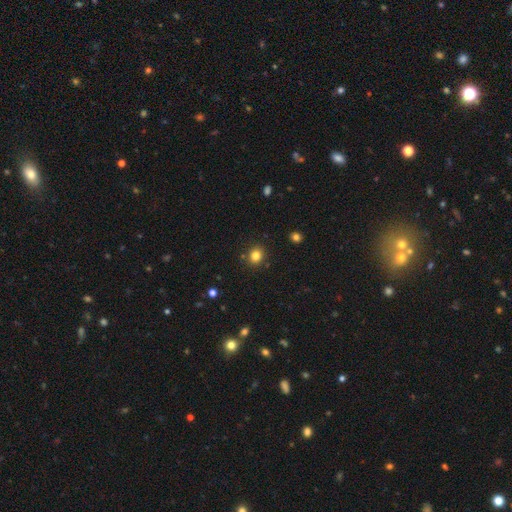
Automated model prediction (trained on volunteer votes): This is clearly a smooth galaxy (82%). How rounded: likely round (76%). Merging: clearly none (87%).